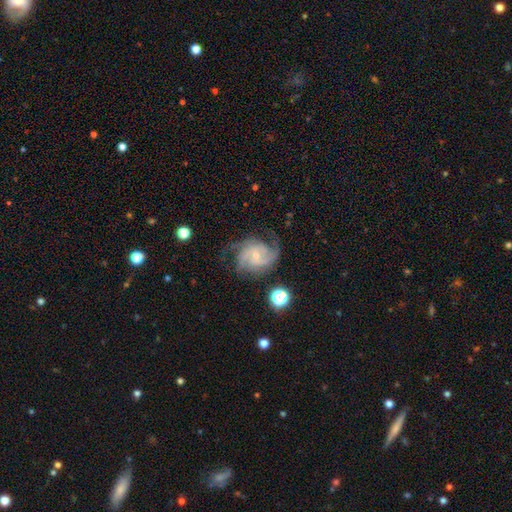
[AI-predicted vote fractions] Overall: featured or disk (86%). Edge-on disk: no (98%). Bar: no (59%; weak 35%). Spiral arms: yes (97%). Spiral arm count: 3 (30%, tied with 2). Spiral winding: medium (47%; tight 38%). Bulge size: small (75%). Merging: none (63%).